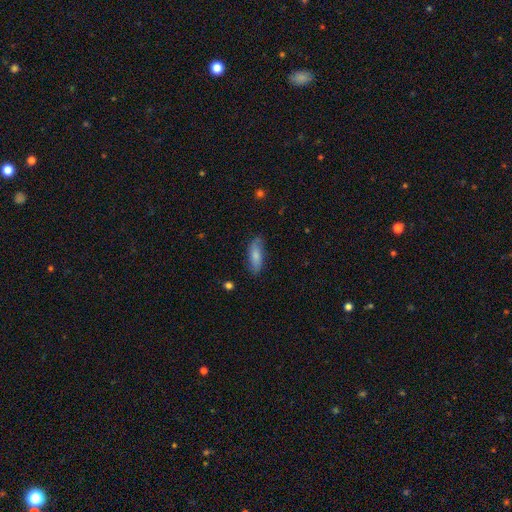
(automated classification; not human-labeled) smooth-or-featured: smooth: 76% | featured or disk: 19% | star or artifact: 6%
  how-rounded: in between: 63% | cigar-shaped: 35% | round: 2%
  merging: none: 77% | minor disturbance: 18% | major disturbance: 4% | merger: 1%